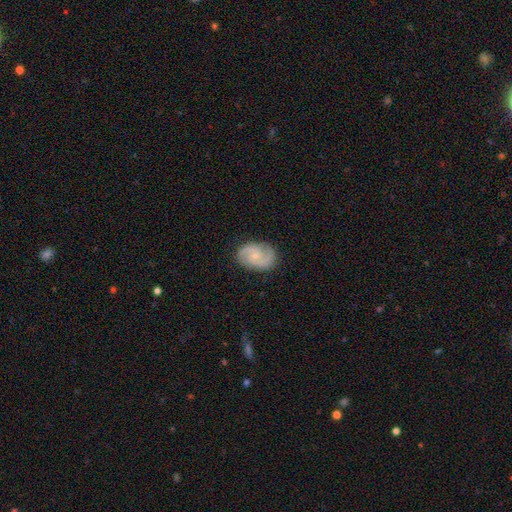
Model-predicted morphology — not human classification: A featured or disk galaxy (75%) with no bar (63%), 2 (83%) medium (49%) spiral arms (95%) and a small central bulge (69%).

Vote fractions:
- Smooth or featured? featured or disk: 75% / smooth: 19% / star or artifact: 6%
- Edge-on disk? no: 97% / yes: 3%
- Bar? no: 63% / weak: 33% / strong: 4%
- Spiral arms? yes: 95% / no: 5%
- Spiral winding? medium: 49% / tight: 33% / loose: 17%
- Spiral arm count? 2: 83% / can't tell: 7% / 3: 5% / 1: 2% / 4: 2% / more than 4: 1%
- Bulge size? small: 69% / moderate: 22% / none: 7% / large: 1% / dominant: 1%
- Merging? none: 81% / minor disturbance: 14% / major disturbance: 4% / merger: 1%